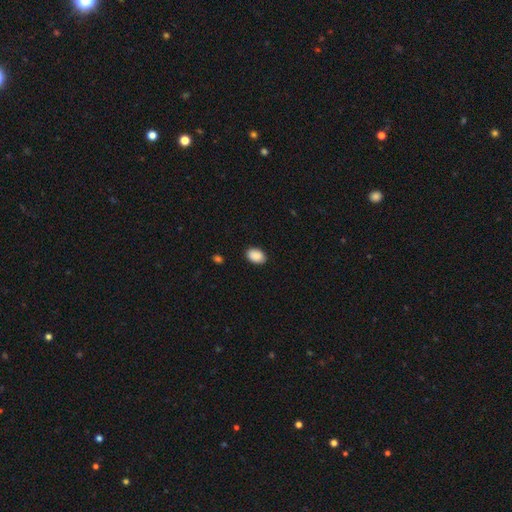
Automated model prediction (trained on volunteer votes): smooth_or_featured: smooth (p=0.90) [alt: star or artifact p=0.07]
how_rounded: in between (p=0.85) [alt: round p=0.14]
merging: none (p=0.89) [alt: minor disturbance p=0.08]